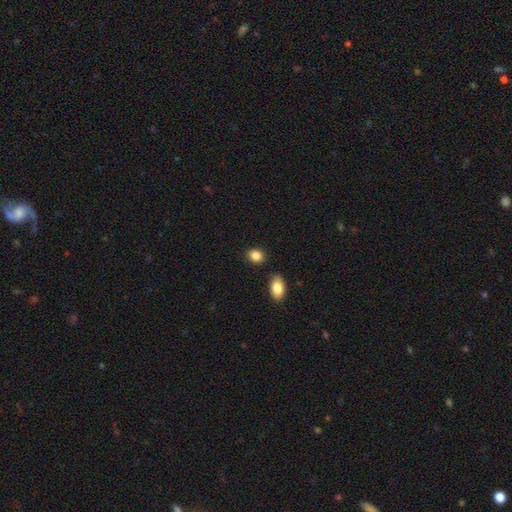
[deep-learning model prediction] Smooth or featured?
  - smooth: 87% *
  - star or artifact: 9%
  - featured or disk: 4%
How rounded?
  - in between: 56% *
  - round: 43%
  - cigar-shaped: 1%
Merging?
  - none: 83% *
  - minor disturbance: 10%
  - merger: 5%
  - major disturbance: 3%